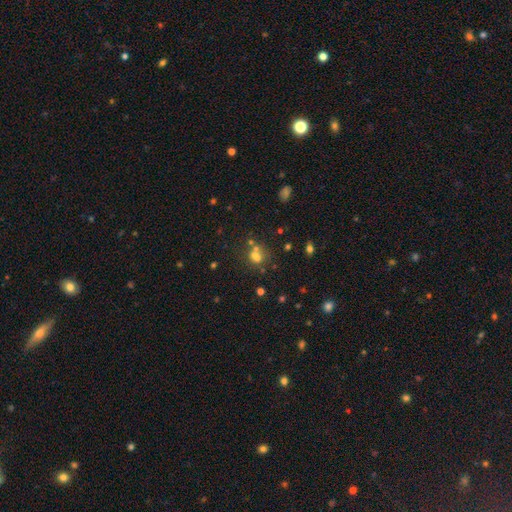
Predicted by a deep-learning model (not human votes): A smooth galaxy with no disk features (59%) that is round (59%).

Vote fractions:
- Smooth or featured? smooth: 59% / star or artifact: 25% / featured or disk: 16%
- How rounded? round: 59% / in between: 38% / cigar-shaped: 2%
- Merging? none: 45% / merger: 37% / minor disturbance: 11% / major disturbance: 7%